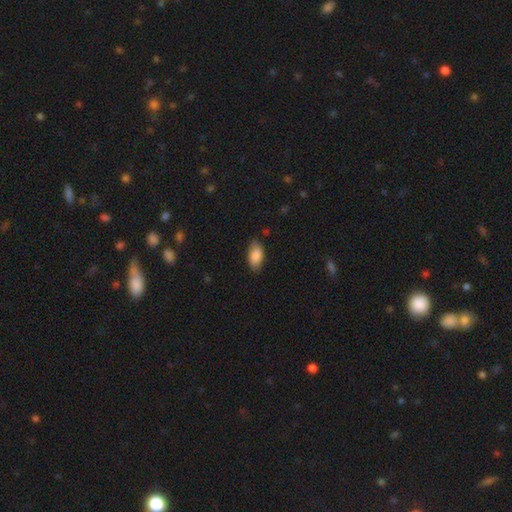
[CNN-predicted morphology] A smooth galaxy with no disk features (86%) that is in between round and cigar-shaped (92%).

Vote fractions:
- Smooth or featured? smooth: 86% / featured or disk: 7% / star or artifact: 6%
- How rounded? in between: 92% / cigar-shaped: 5% / round: 3%
- Merging? none: 78% / minor disturbance: 18% / major disturbance: 3% / merger: 1%